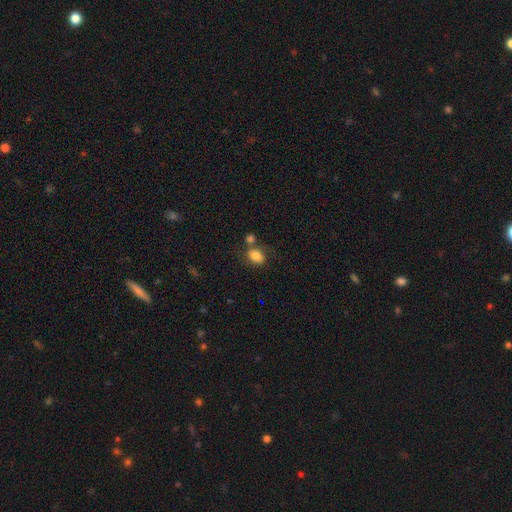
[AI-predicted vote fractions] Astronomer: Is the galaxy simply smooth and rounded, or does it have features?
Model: smooth — 82%.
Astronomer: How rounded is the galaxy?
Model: in between — 67%.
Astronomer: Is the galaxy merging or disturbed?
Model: none — 58%.